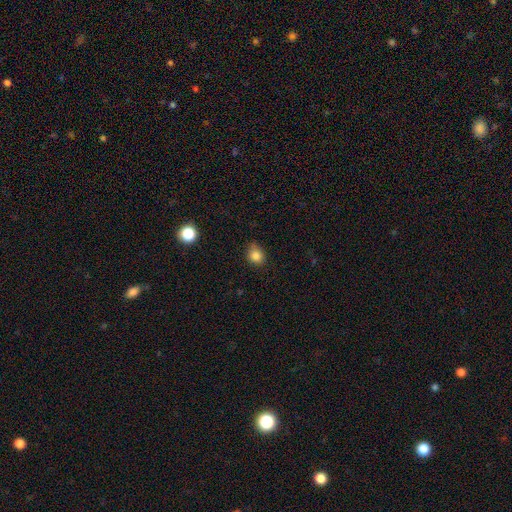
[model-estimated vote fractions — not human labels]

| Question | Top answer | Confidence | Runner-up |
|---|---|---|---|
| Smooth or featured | smooth | 84% | star or artifact (11%) |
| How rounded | round | 69% | in between (30%) |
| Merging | none | 69% | minor disturbance (25%) |